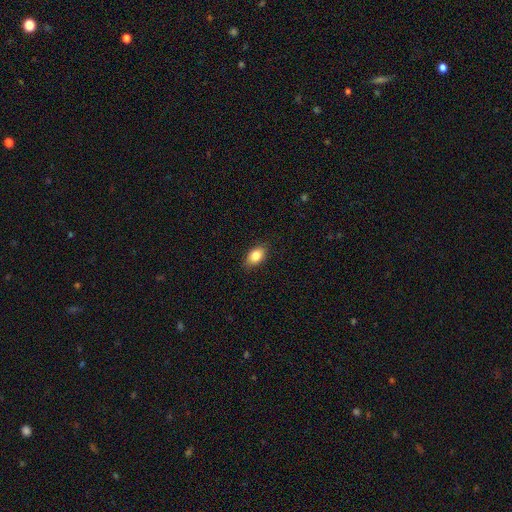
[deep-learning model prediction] Smooth or featured? Predicted: smooth (p=0.83). How rounded? Predicted: in between (p=0.87). Merging? Predicted: none (p=0.86).